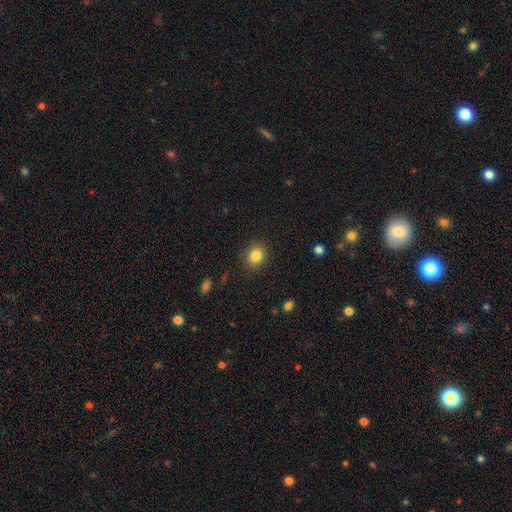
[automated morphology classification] The model was most divided on "how rounded": round: 72%, in between: 27%, cigar-shaped: 1%. More confident: merging — none (88%); smooth or featured — smooth (84%).